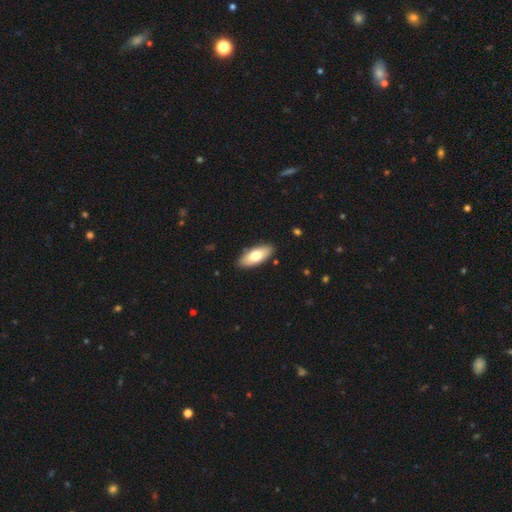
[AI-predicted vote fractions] Smooth or featured: smooth — 72% (featured or disk — 22%)
How rounded: in between — 81% (cigar-shaped — 17%)
Merging: none — 88% (minor disturbance — 9%)